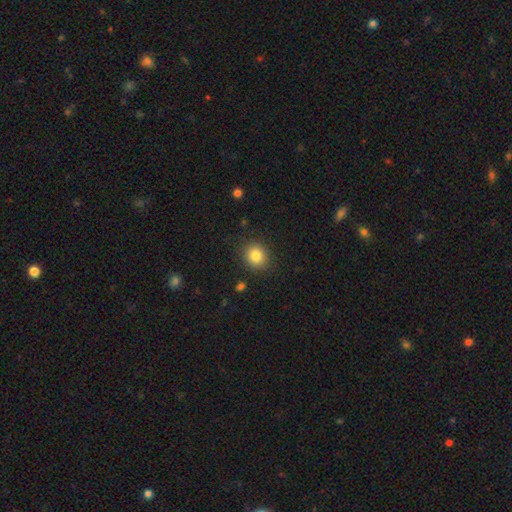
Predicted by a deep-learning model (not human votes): Morphology: type=smooth (83%); roundness=round (77%); merging=none (88%).